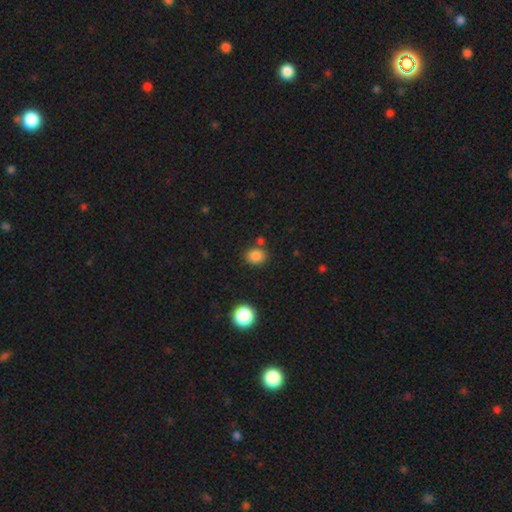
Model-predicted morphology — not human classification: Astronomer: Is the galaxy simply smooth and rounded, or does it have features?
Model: smooth — 84%.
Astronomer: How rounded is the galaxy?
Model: round — 54% (runner-up: in between, 45%).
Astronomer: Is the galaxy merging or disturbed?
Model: none — 78%.